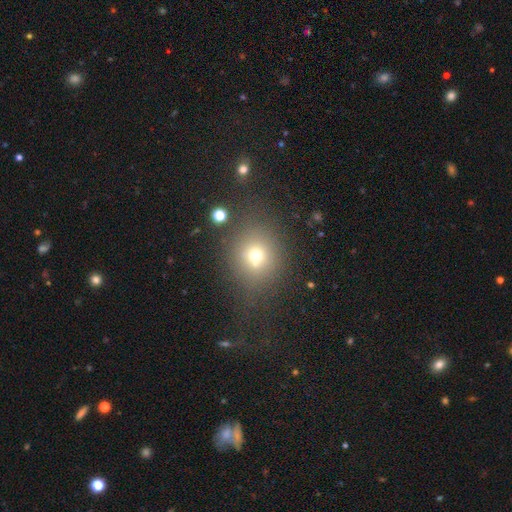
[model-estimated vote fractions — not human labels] Smooth or featured? Predicted: smooth (p=0.66). How rounded? Predicted: round (p=0.73). Merging? Predicted: none (p=0.64).